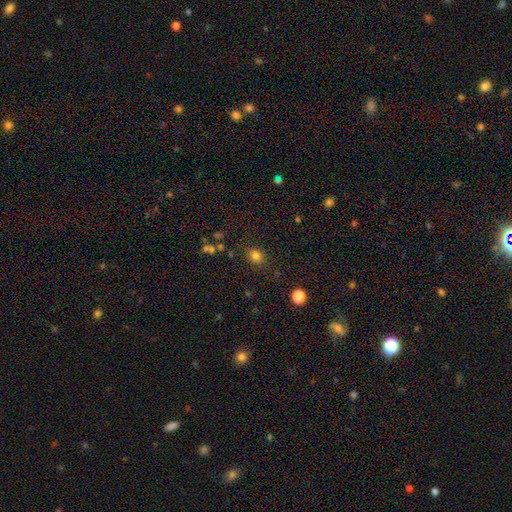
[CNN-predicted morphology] smooth 81%, star or artifact 14%, featured or disk 5%. Down the decision tree: how rounded — round (75%); merging — none (84%).